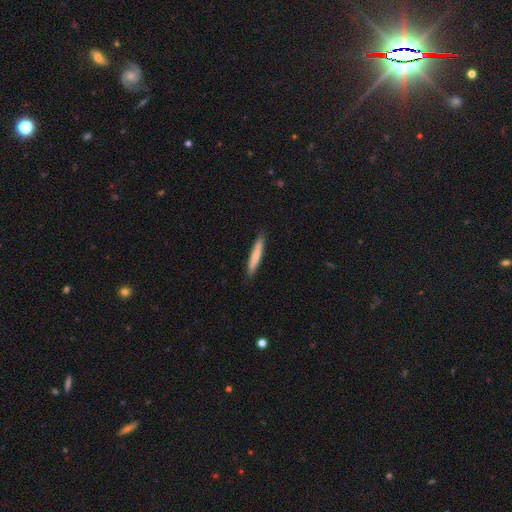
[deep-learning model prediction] Smooth or featured? smooth (74%)
How rounded? cigar-shaped (94%)
Merging? none (90%)